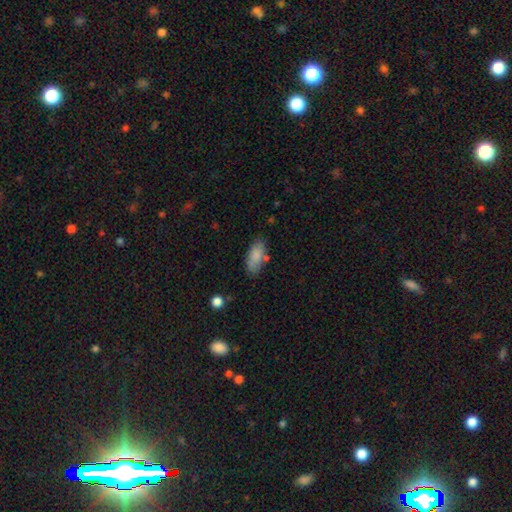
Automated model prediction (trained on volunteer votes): Morphology: type=smooth (84%); roundness=in between (88%); merging=none (70%).